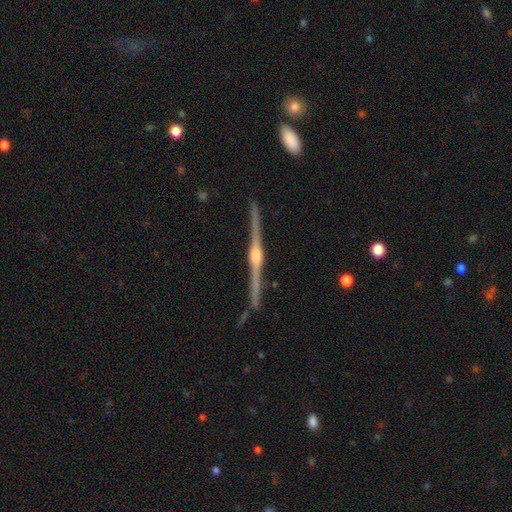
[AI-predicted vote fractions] Smooth or featured?
  - featured or disk: 90% *
  - smooth: 5%
  - star or artifact: 5%
Edge-on disk?
  - yes: 99% *
  - no: 1%
Edge-on bulge?
  - rounded: 91% *
  - boxy: 5%
  - none: 4%
Merging?
  - none: 90% *
  - minor disturbance: 7%
  - merger: 2%
  - major disturbance: 2%